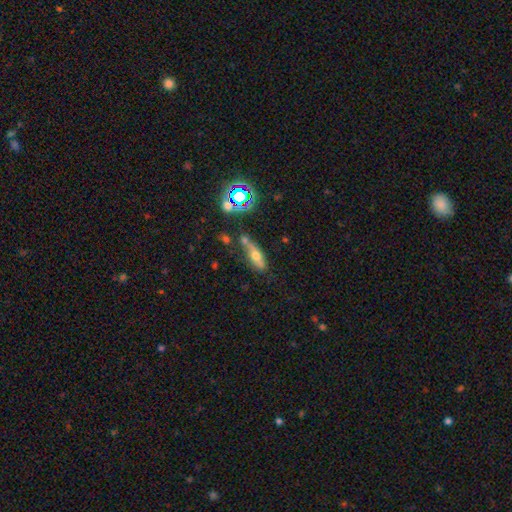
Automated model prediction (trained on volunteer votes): This is possibly a smooth galaxy (50%). How rounded: possibly in between (49%). Merging: possibly none (53%).